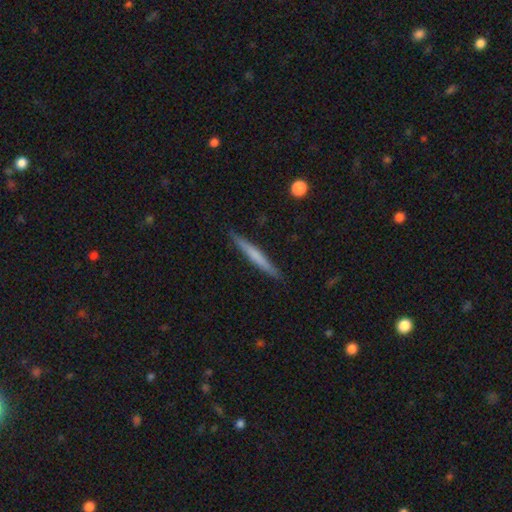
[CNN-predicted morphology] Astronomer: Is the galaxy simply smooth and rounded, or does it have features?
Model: smooth — 55% (runner-up: featured or disk, 40%).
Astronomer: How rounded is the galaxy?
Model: cigar-shaped — 96%.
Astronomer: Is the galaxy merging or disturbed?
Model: none — 90%.